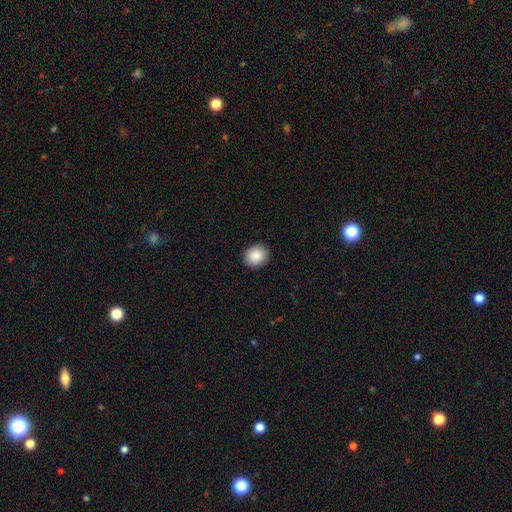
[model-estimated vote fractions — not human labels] smooth_or_featured: smooth (p=0.88) [alt: star or artifact p=0.07]
how_rounded: round (p=0.69) [alt: in between p=0.31]
merging: none (p=0.91) [alt: minor disturbance p=0.06]